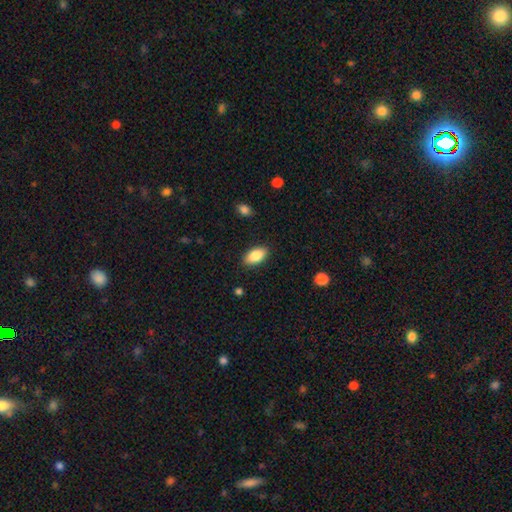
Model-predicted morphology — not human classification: Overall: smooth (86%). How rounded: in between (92%). Merging: none (88%).